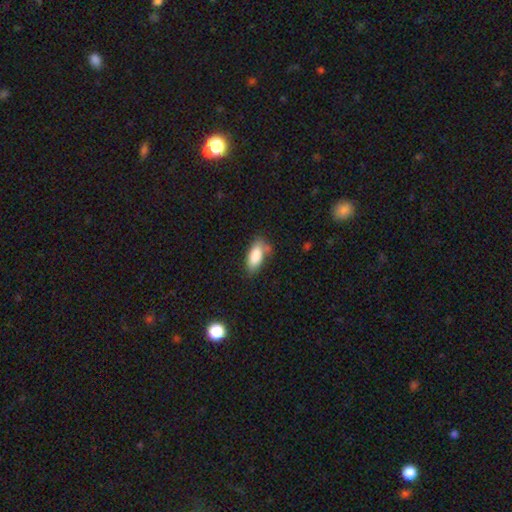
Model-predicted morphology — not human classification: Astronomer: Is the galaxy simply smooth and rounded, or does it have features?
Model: smooth — 85%.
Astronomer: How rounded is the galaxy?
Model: in between — 85%.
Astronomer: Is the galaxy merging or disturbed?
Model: none — 65%.